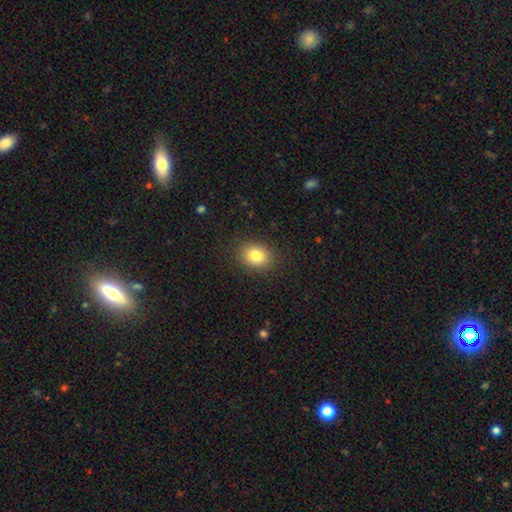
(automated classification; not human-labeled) smooth 82%, star or artifact 10%, featured or disk 8%. Down the decision tree: how rounded — in between (51%); merging — none (88%).